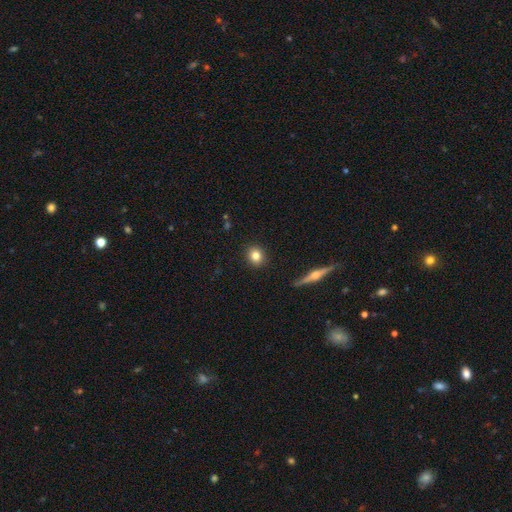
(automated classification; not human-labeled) Overall: smooth (80%). How rounded: round (80%). Merging: none (91%).